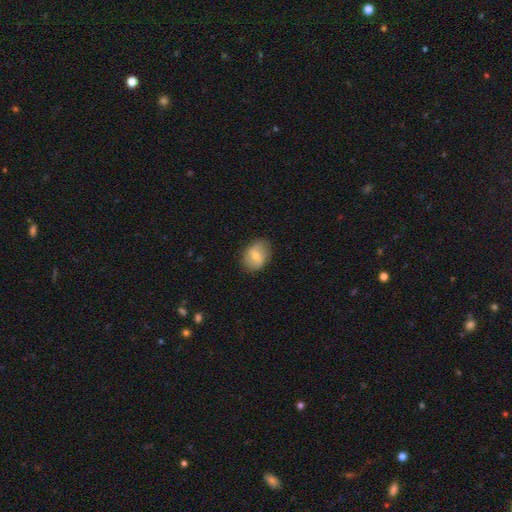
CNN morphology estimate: Smooth or featured? Predicted: smooth (p=0.52). How rounded? Predicted: in between (p=0.65). Merging? Predicted: none (p=0.82).